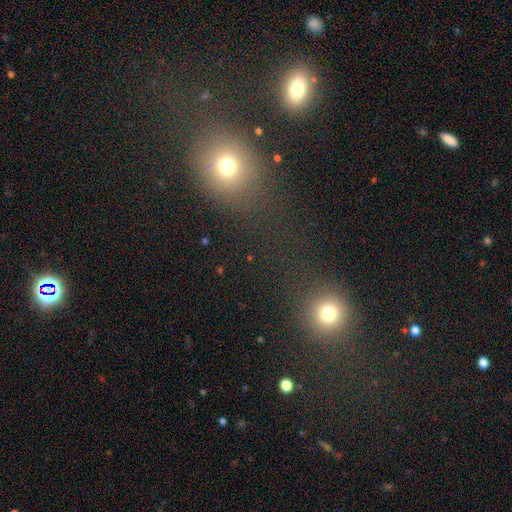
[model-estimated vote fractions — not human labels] A smooth galaxy with no disk features (59%) that is round (75%).

Vote fractions:
- Smooth or featured? smooth: 59% / star or artifact: 31% / featured or disk: 10%
- How rounded? round: 75% / in between: 22% / cigar-shaped: 2%
- Merging? none: 55% / merger: 20% / major disturbance: 13% / minor disturbance: 12%